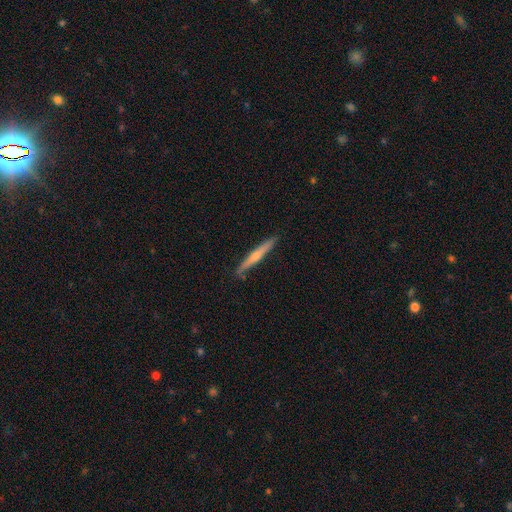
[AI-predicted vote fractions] Morphology: type=smooth (49%); merging=none (86%).